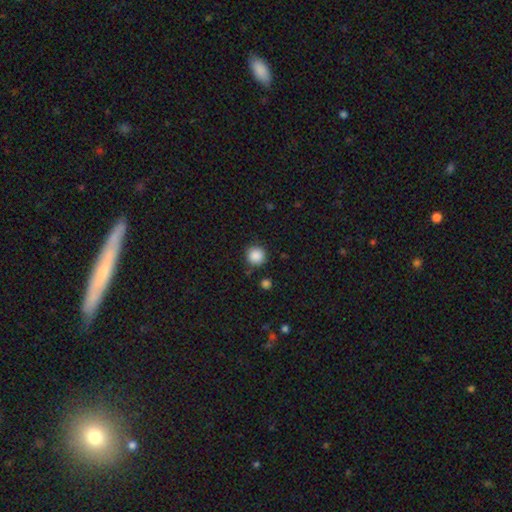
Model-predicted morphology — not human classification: Smooth or featured? Predicted: smooth (p=0.87). How rounded? Predicted: round (p=0.94). Merging? Predicted: none (p=0.86).